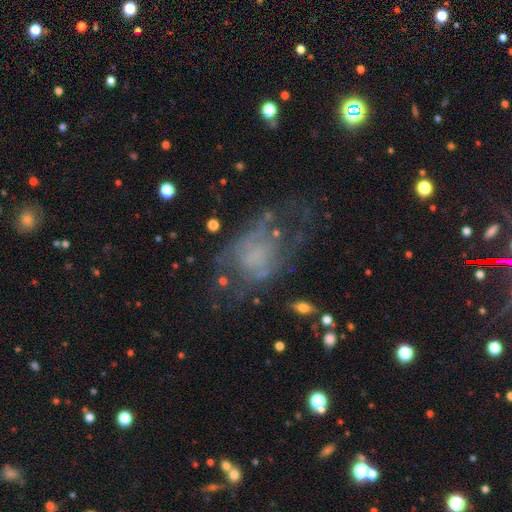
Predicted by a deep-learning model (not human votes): A featured or disk galaxy (55%) with no bar (85%), no spiral arms (69%) and no central bulge (65%).

Vote fractions:
- Smooth or featured? featured or disk: 55% / smooth: 30% / star or artifact: 15%
- Edge-on disk? no: 95% / yes: 5%
- Bar? no: 85% / weak: 12% / strong: 3%
- Spiral arms? no: 69% / yes: 31%
- Bulge size? none: 65% / small: 14% / moderate: 11% / large: 7% / dominant: 2%
- Merging? none: 38% / major disturbance: 35% / minor disturbance: 22% / merger: 5%